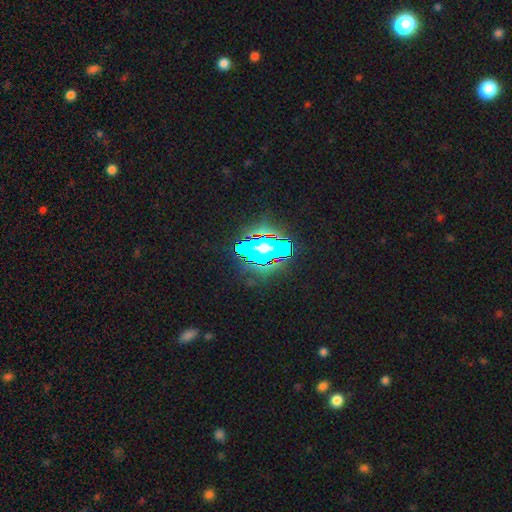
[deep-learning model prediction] This appears to be a star or artifact, not a galaxy (81%).